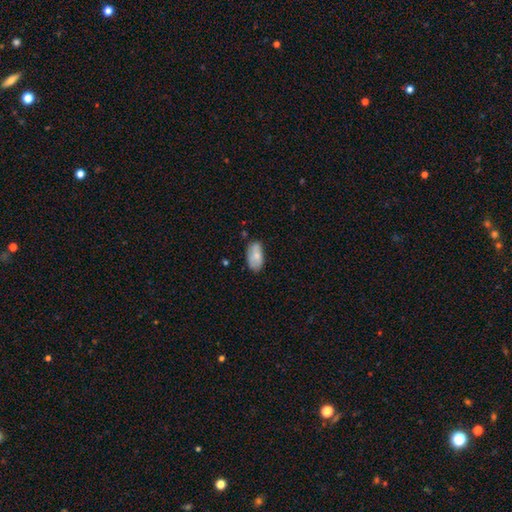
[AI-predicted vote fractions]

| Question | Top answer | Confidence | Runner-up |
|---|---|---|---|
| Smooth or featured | smooth | 74% | featured or disk (19%) |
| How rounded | in between | 93% | cigar-shaped (3%) |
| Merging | none | 64% | minor disturbance (27%) |